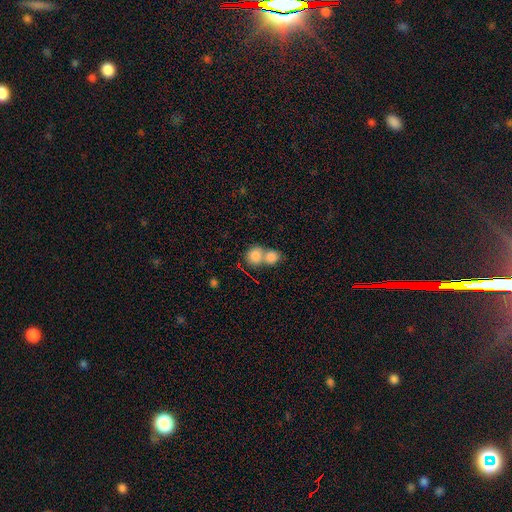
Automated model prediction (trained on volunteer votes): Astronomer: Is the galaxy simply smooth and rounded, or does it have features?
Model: smooth — 83%.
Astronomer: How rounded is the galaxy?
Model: round — 73%.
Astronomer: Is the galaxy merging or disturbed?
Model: merger — 65%.